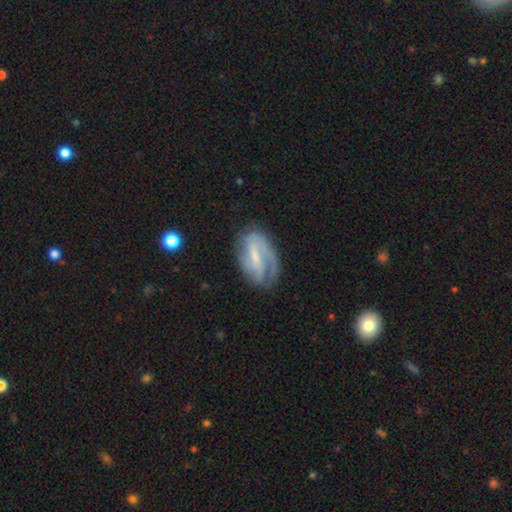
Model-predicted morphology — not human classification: smooth_or_featured: featured or disk (p=0.74) [alt: smooth p=0.20]
disk_edge_on: no (p=0.95) [alt: yes p=0.05]
bar: weak (p=0.43) [alt: strong p=0.40]
has_spiral_arms: yes (p=0.87) [alt: no p=0.13]
spiral_winding: tight (p=0.40) [tied with: medium p=0.40]
spiral_arm_count: 2 (p=0.46) [alt: 1 p=0.31]
bulge_size: small (p=0.49) [alt: moderate p=0.24]
merging: none (p=0.60) [alt: minor disturbance p=0.24]